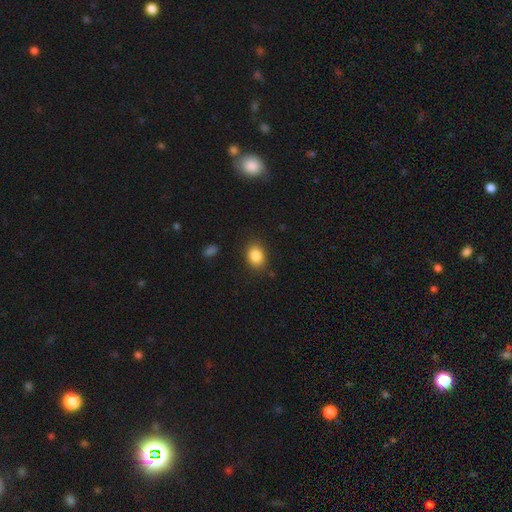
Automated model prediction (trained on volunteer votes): Smooth or featured: smooth — 86% (star or artifact — 9%)
How rounded: in between — 61% (round — 38%)
Merging: none — 84% (minor disturbance — 11%)